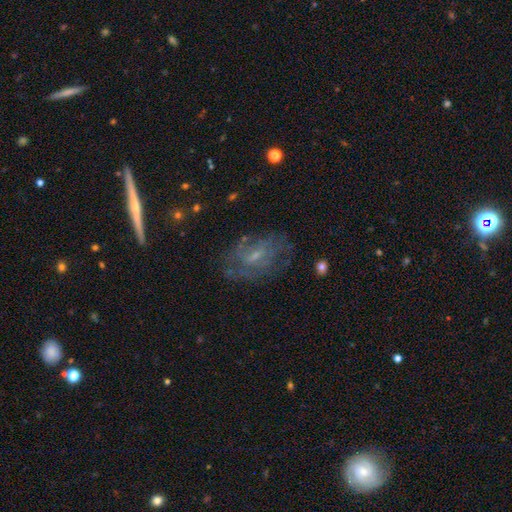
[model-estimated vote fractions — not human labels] This is likely a featured or disk galaxy (63%). It is clearly not viewed edge-on (94%). Bar: possibly weak (48%). Spiral arm pattern: likely yes (64%). Central bulge: likely small (61%). Merging: likely none (62%).